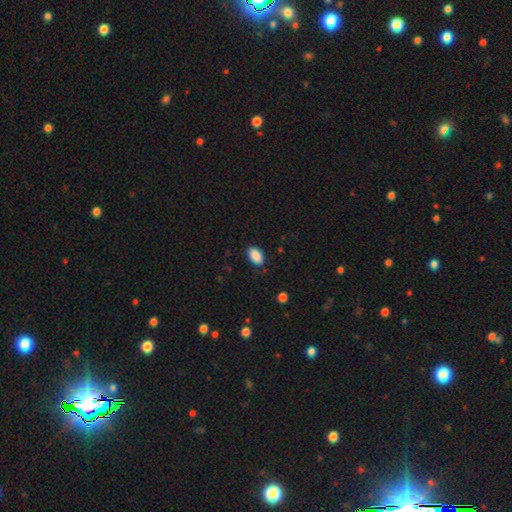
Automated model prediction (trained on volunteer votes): This appears to be a smooth galaxy with no disk features (90%) that is in between round and cigar-shaped (93%). Merging: none (86%).